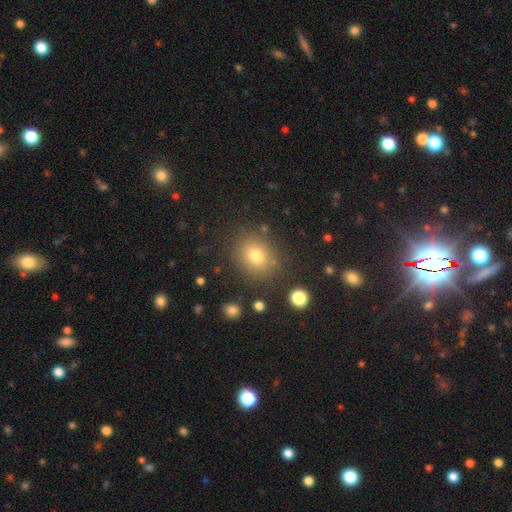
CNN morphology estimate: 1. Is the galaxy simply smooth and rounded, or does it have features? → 74% smooth, 17% star or artifact, 9% featured or disk.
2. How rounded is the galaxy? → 66% round, 32% in between, 1% cigar-shaped.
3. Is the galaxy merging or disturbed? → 84% none, 9% minor disturbance, 4% merger, 3% major disturbance.